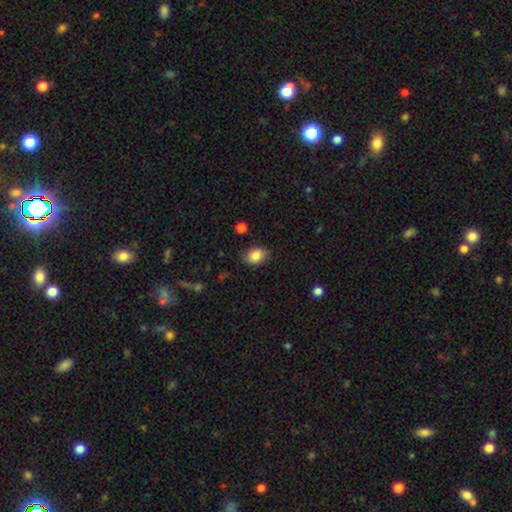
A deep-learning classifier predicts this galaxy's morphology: A smooth galaxy with no disk features (85%) that is in between round and cigar-shaped (60%).

Vote fractions:
- Smooth or featured? smooth: 85% / star or artifact: 9% / featured or disk: 7%
- How rounded? in between: 60% / round: 39% / cigar-shaped: 1%
- Merging? none: 82% / minor disturbance: 14% / major disturbance: 3% / merger: 2%